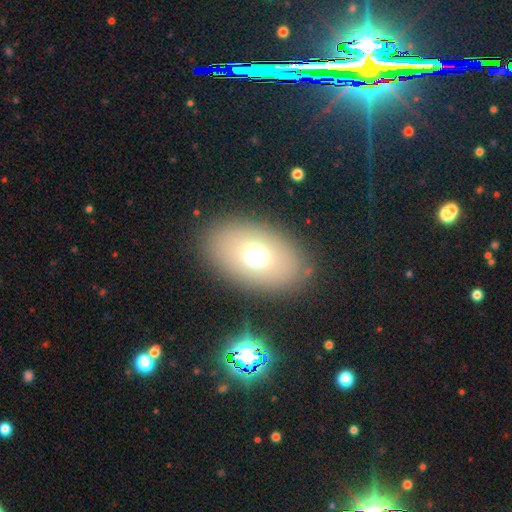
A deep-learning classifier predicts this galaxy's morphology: This is likely a smooth galaxy (65%). How rounded: clearly in between (80%). Merging: clearly none (84%).